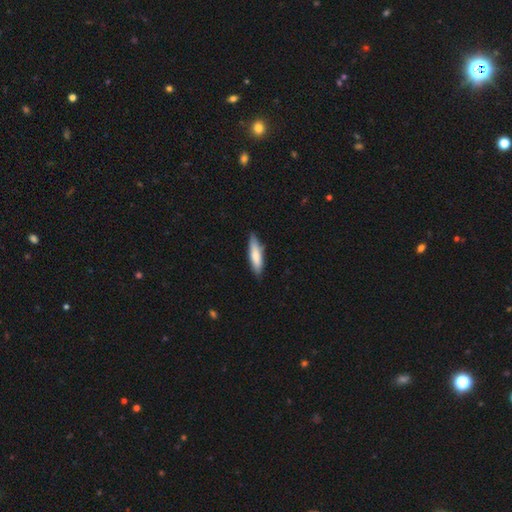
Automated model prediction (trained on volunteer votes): A smooth galaxy with no disk features (77%) that is cigar-shaped (70%). Merging: none (82%).